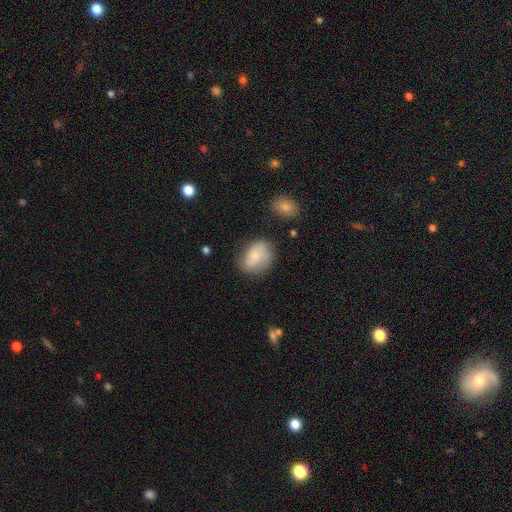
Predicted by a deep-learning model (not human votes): Smooth or featured? smooth (70%)
How rounded? in between (64%)
Merging? none (62%)